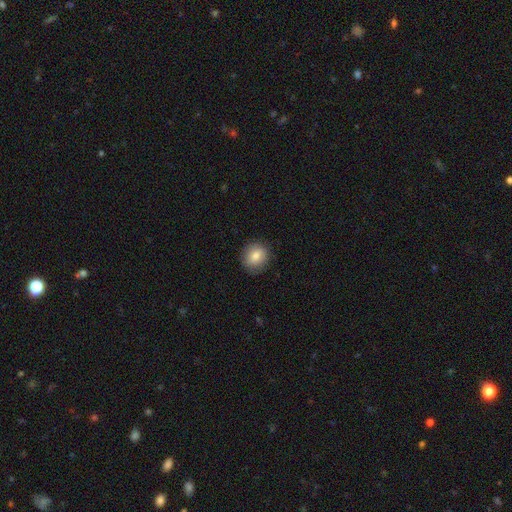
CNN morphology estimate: Smooth or featured? smooth (80%)
How rounded? round (80%)
Merging? none (87%)